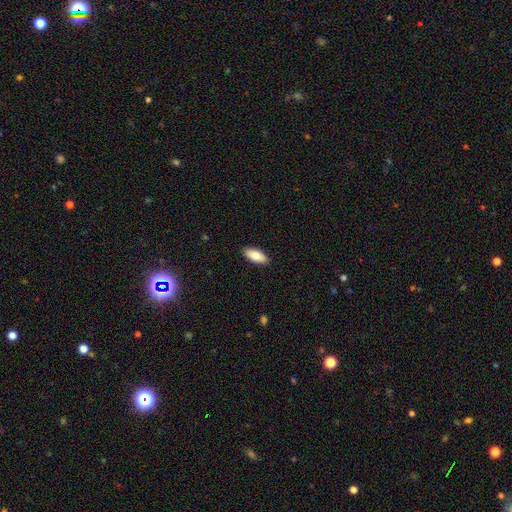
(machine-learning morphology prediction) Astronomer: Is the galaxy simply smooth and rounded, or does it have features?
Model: smooth — 82%.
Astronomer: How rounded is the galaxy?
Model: in between — 82%.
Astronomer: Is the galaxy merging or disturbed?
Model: none — 90%.